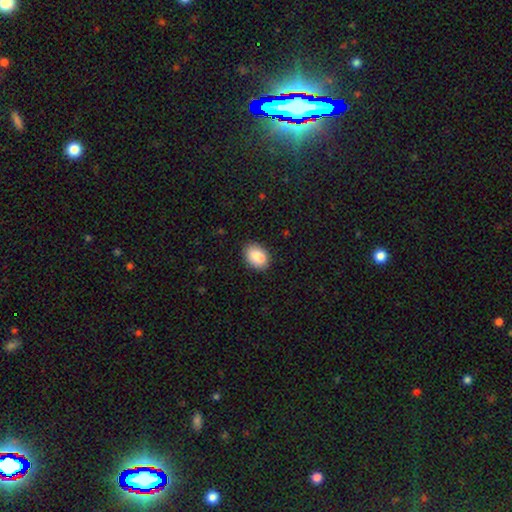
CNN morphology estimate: smooth 85%, featured or disk 7%, star or artifact 7%. Down the decision tree: how rounded — in between (83%); merging — none (80%).